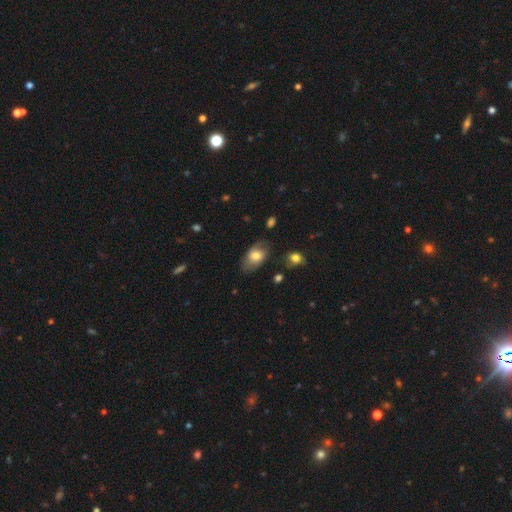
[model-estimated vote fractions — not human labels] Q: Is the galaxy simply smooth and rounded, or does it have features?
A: smooth — 68%.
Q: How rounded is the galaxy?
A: in between — 88%.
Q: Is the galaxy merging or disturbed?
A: none — 66%.